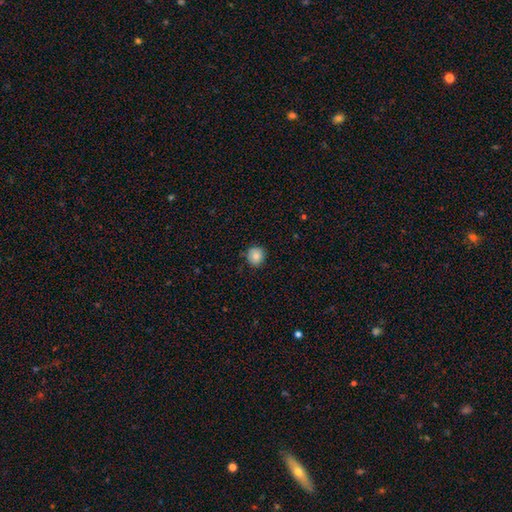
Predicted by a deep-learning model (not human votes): smooth 85%, star or artifact 9%, featured or disk 6%. Down the decision tree: how rounded — round (89%); merging — none (83%).